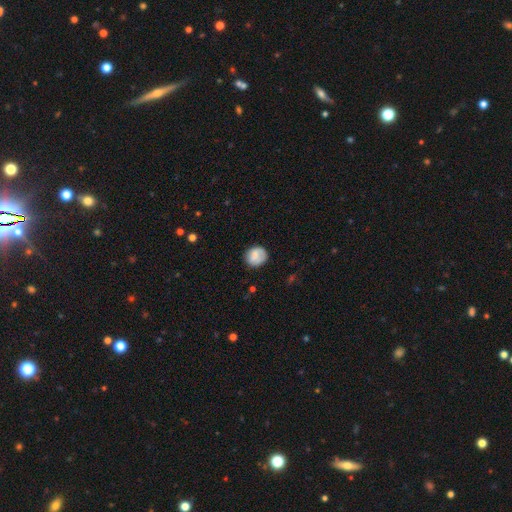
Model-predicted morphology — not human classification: Smooth or featured?
  - smooth: 78% *
  - featured or disk: 14%
  - star or artifact: 8%
How rounded?
  - round: 78% *
  - in between: 21%
  - cigar-shaped: 1%
Merging?
  - none: 73% *
  - minor disturbance: 19%
  - major disturbance: 6%
  - merger: 2%